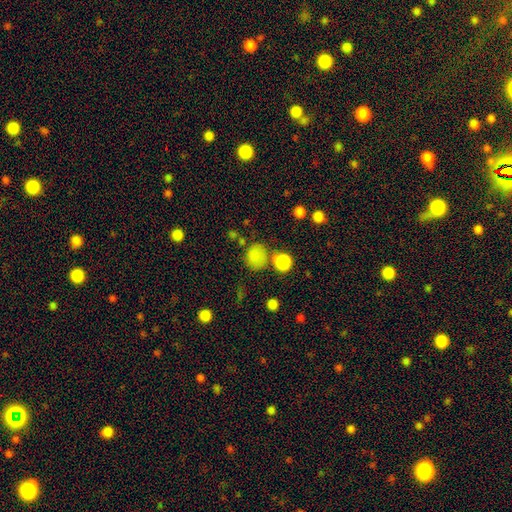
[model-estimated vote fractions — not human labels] The model was most divided on "how rounded": round: 68%, in between: 31%, cigar-shaped: 1%. More confident: smooth or featured — smooth (79%); merging — none (60%).